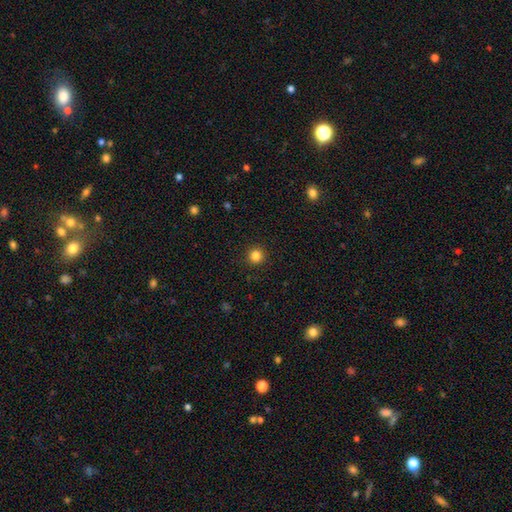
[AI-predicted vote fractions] Smooth or featured: smooth — 83% (star or artifact — 12%)
How rounded: round — 95% (in between — 4%)
Merging: none — 92% (minor disturbance — 5%)